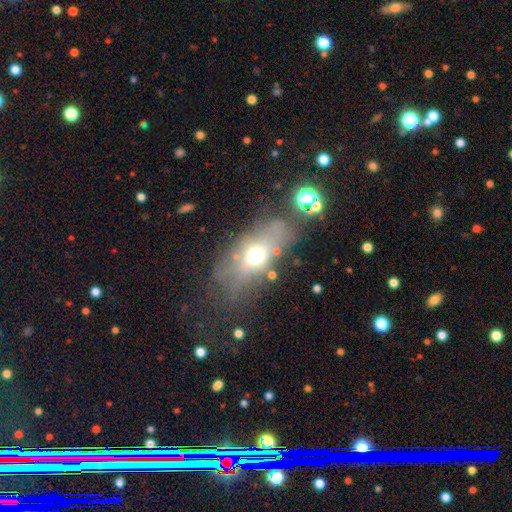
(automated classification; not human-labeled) smooth 50%, featured or disk 34%, star or artifact 16%. Down the decision tree: how rounded — in between (73%); merging — none (46%).